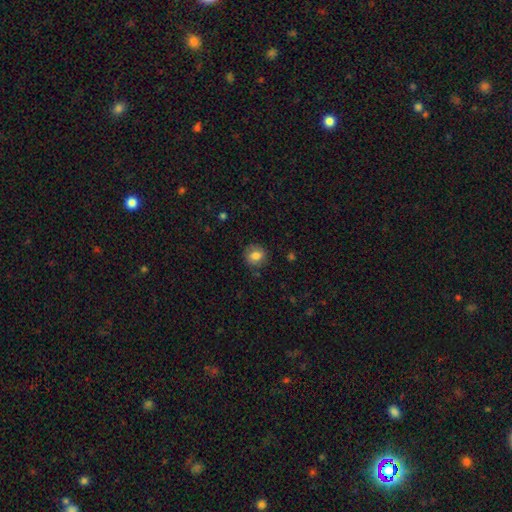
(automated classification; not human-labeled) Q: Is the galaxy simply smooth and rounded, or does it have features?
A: smooth — 80%.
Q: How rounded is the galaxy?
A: round — 80%.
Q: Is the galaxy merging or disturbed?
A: none — 83%.